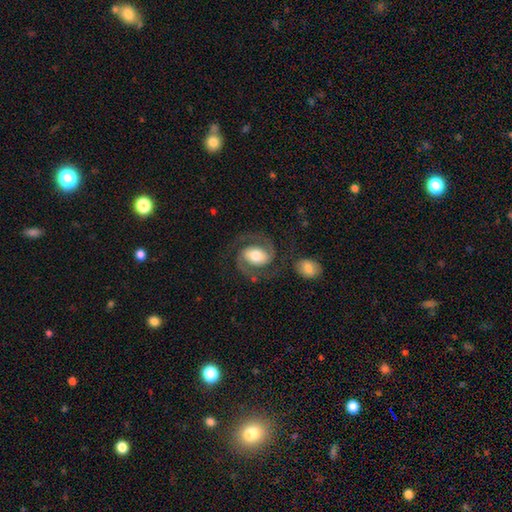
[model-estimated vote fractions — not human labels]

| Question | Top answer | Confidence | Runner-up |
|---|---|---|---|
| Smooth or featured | featured or disk | 86% | smooth (9%) |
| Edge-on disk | no | 98% | yes (2%) |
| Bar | no | 36% | tied: weak (36%) |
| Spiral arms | yes | 96% | no (4%) |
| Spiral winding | medium | 58% | tight (29%) |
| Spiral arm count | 2 | 93% | can't tell (2%) |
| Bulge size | moderate | 62% | large (24%) |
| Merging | none | 75% | minor disturbance (12%) |